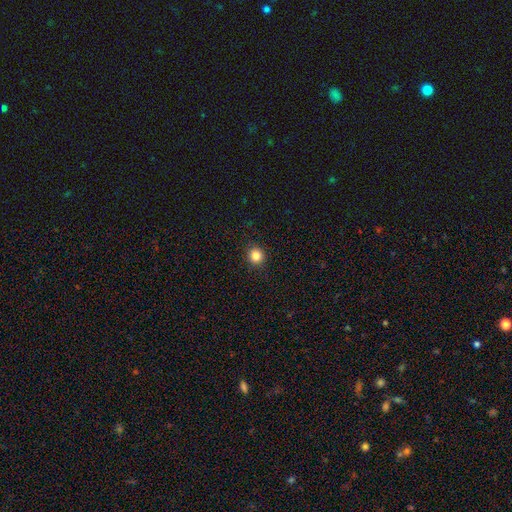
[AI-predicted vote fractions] smooth_or_featured: smooth (p=0.84) [alt: star or artifact p=0.11]
how_rounded: round (p=0.92) [alt: in between p=0.07]
merging: none (p=0.92) [alt: minor disturbance p=0.05]